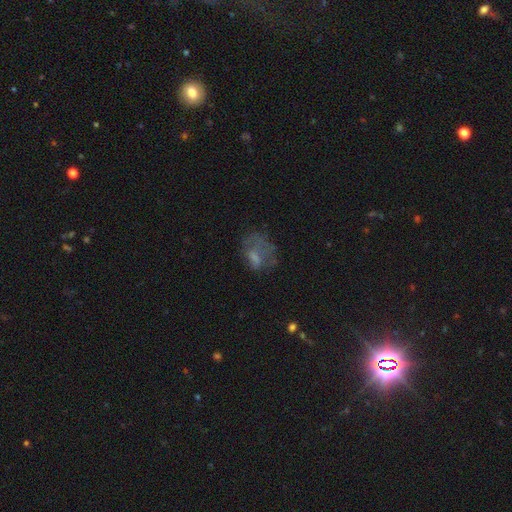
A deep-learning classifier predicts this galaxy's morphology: A smooth galaxy with no disk features (50%). Merging: major disturbance (41%).